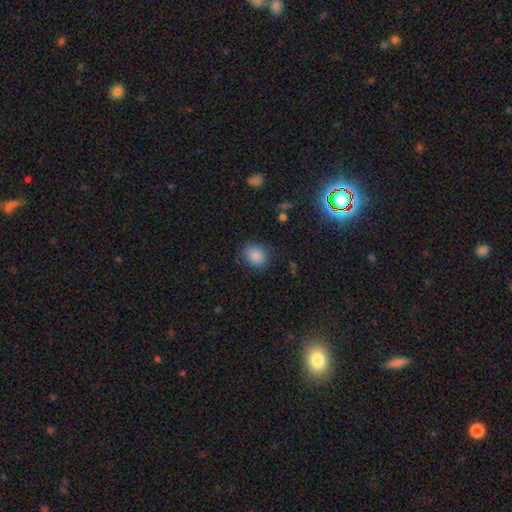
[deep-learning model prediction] smooth-or-featured: smooth: 87% | star or artifact: 9% | featured or disk: 4%
  how-rounded: round: 65% | in between: 34% | cigar-shaped: 1%
  merging: none: 82% | minor disturbance: 13% | major disturbance: 4% | merger: 1%